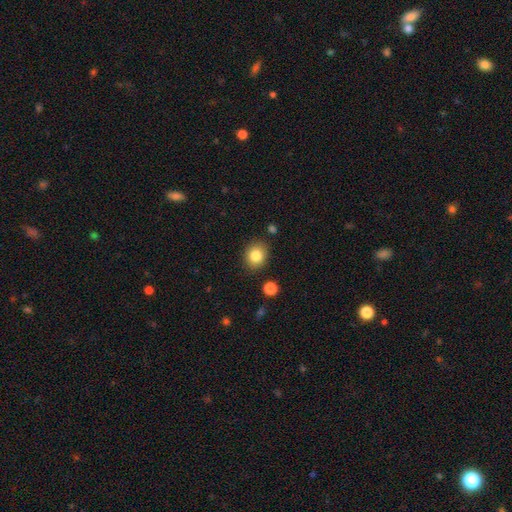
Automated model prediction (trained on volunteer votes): smooth-or-featured: smooth: 84% | star or artifact: 10% | featured or disk: 7%
  how-rounded: round: 66% | in between: 33% | cigar-shaped: 1%
  merging: none: 85% | minor disturbance: 10% | merger: 3% | major disturbance: 3%